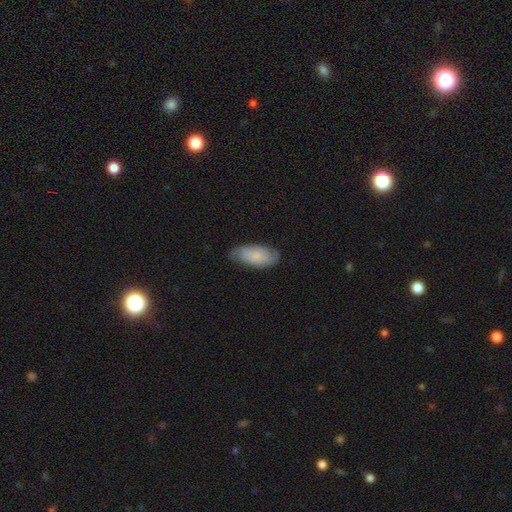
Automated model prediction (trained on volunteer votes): Q: Smooth or featured?
A: smooth (68%); runner-up: featured or disk (25%)
Q: How rounded?
A: in between (89%); runner-up: cigar-shaped (9%)
Q: Merging?
A: none (69%); runner-up: minor disturbance (25%)